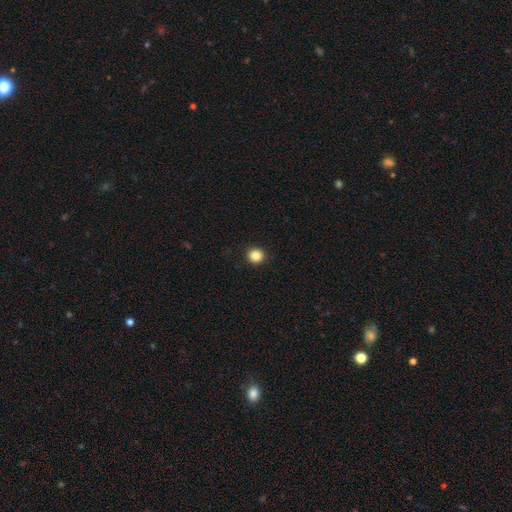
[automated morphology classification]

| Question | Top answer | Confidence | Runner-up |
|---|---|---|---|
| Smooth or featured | smooth | 86% | star or artifact (11%) |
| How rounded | round | 91% | in between (8%) |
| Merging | none | 93% | minor disturbance (5%) |